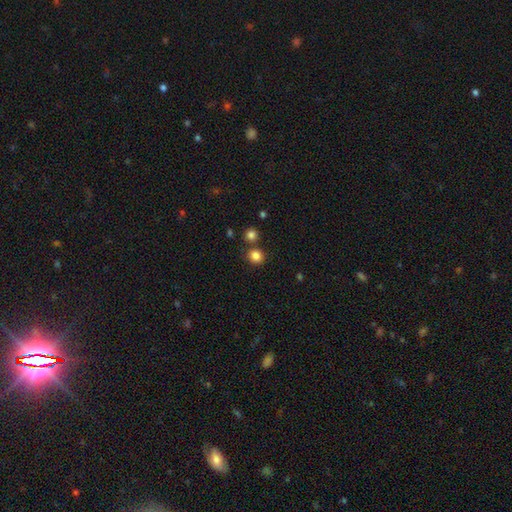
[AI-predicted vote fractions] A smooth galaxy with no disk features (83%) that is round (88%). Merging: none (78%).